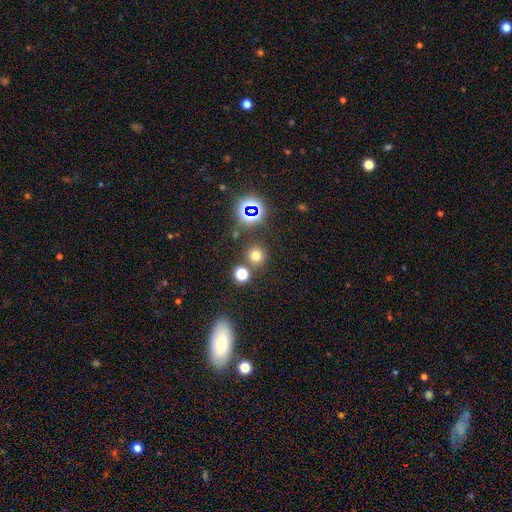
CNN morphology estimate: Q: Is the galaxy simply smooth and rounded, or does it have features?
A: smooth — 68%.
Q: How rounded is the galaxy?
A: round — 93%.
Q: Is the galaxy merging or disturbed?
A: none — 80%.